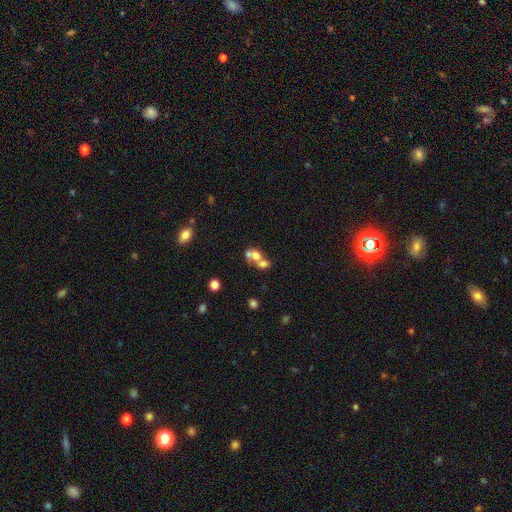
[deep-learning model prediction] Morphology: type=smooth (61%); roundness=in between (50%); merging=merger (68%).